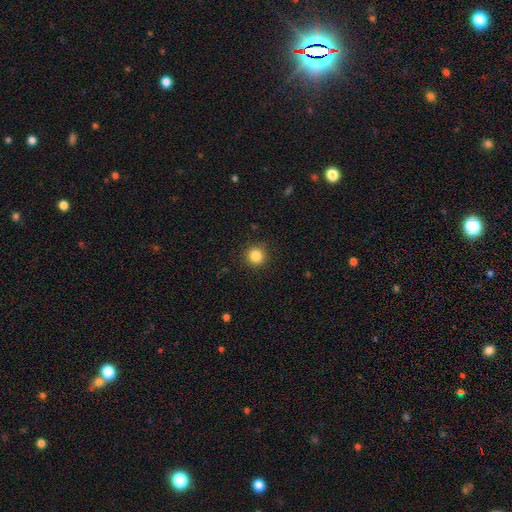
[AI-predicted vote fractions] Q: Smooth or featured?
A: smooth (85%); runner-up: star or artifact (11%)
Q: How rounded?
A: round (94%); runner-up: in between (5%)
Q: Merging?
A: none (90%); runner-up: minor disturbance (6%)